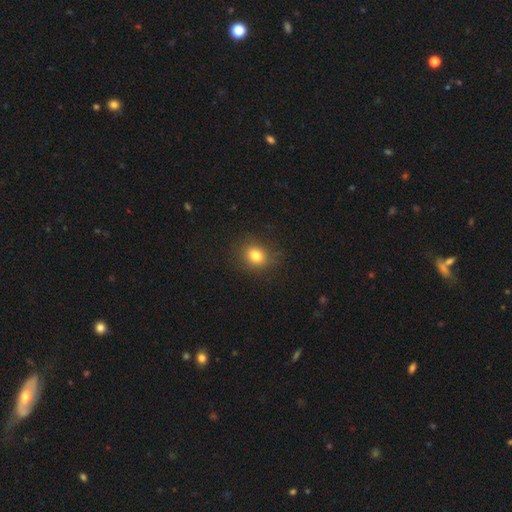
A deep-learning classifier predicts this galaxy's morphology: Smooth or featured? Predicted: smooth (p=0.80). How rounded? Predicted: round (p=0.68). Merging? Predicted: none (p=0.83).